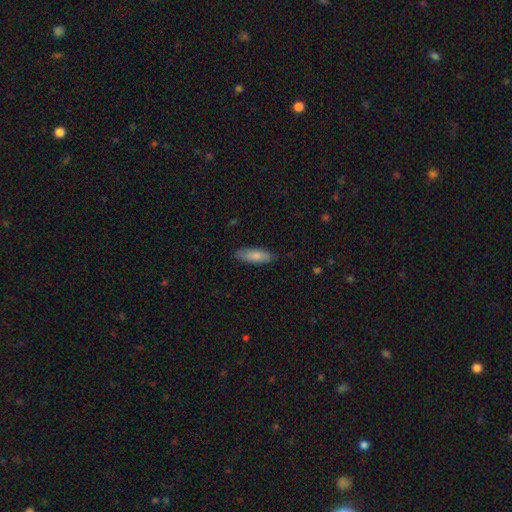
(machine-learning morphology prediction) type=smooth (81%); roundness=in between (53%); merging=none (82%).